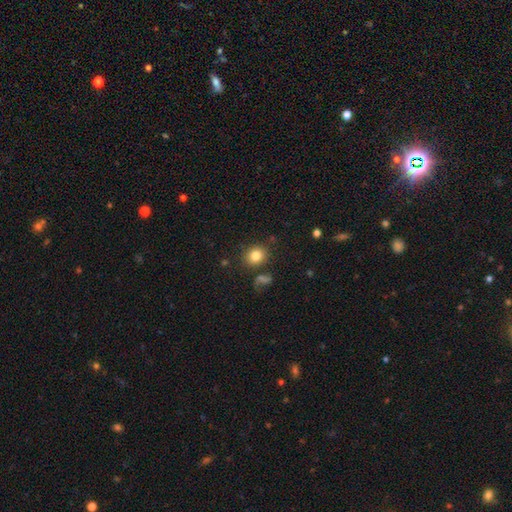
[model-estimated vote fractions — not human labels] Smooth or featured? Predicted: smooth (p=0.82). How rounded? Predicted: round (p=0.73). Merging? Predicted: none (p=0.82).